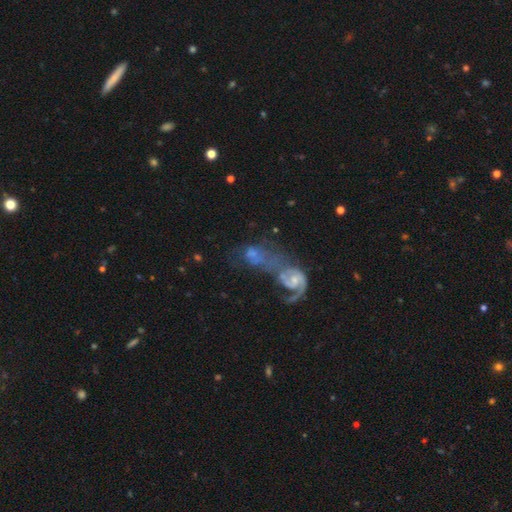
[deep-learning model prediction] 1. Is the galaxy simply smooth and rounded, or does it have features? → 65% featured or disk, 24% smooth, 11% star or artifact.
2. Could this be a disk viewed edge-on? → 96% no, 4% yes.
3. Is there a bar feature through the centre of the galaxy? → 70% no, 24% weak, 6% strong.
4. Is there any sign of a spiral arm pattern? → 72% yes, 28% no.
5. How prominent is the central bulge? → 45% small, 31% moderate, 18% none, 4% large, 2% dominant.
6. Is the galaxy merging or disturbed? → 71% merger, 14% major disturbance, 9% none, 5% minor disturbance.